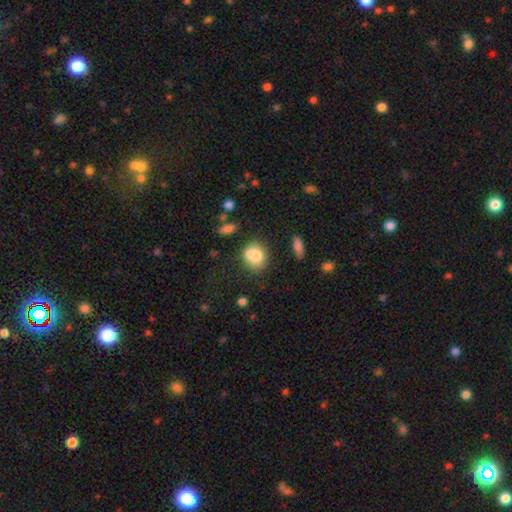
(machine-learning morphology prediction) Overall: smooth (75%). How rounded: round (63%; in between 36%). Merging: none (46%; merger 31%).